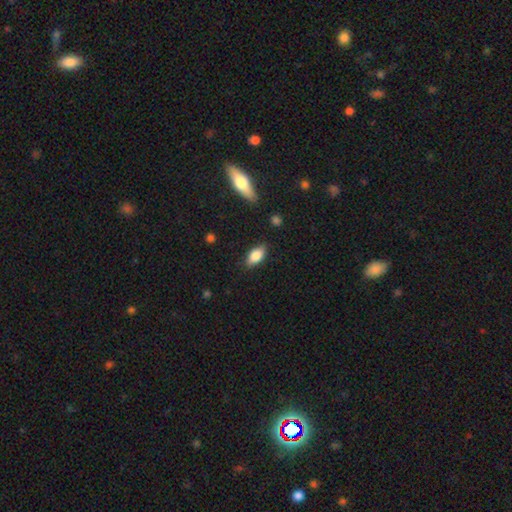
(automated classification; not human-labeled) This is clearly a smooth galaxy (80%). How rounded: clearly in between (87%). Merging: clearly none (83%).